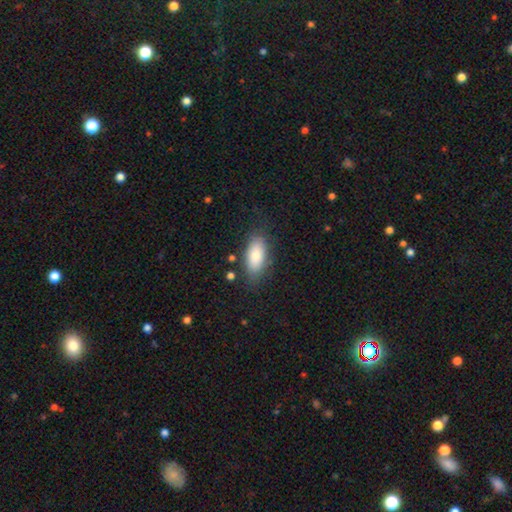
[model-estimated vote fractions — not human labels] Smooth or featured?
  - smooth: 83% *
  - featured or disk: 10%
  - star or artifact: 7%
How rounded?
  - in between: 88% *
  - cigar-shaped: 10%
  - round: 3%
Merging?
  - none: 76% *
  - minor disturbance: 17%
  - major disturbance: 5%
  - merger: 3%